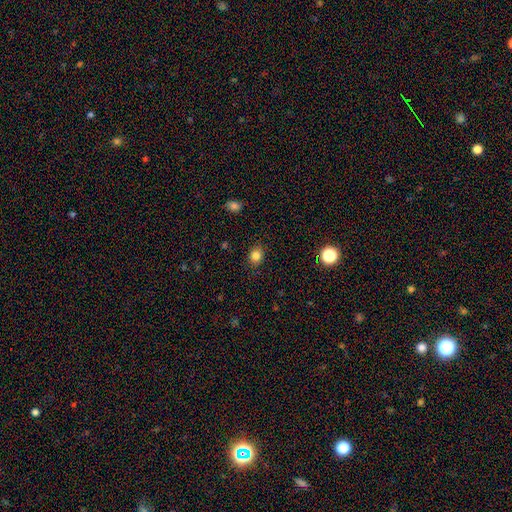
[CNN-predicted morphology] smooth 83%, star or artifact 12%, featured or disk 5%. Down the decision tree: how rounded — round (64%); merging — none (88%).